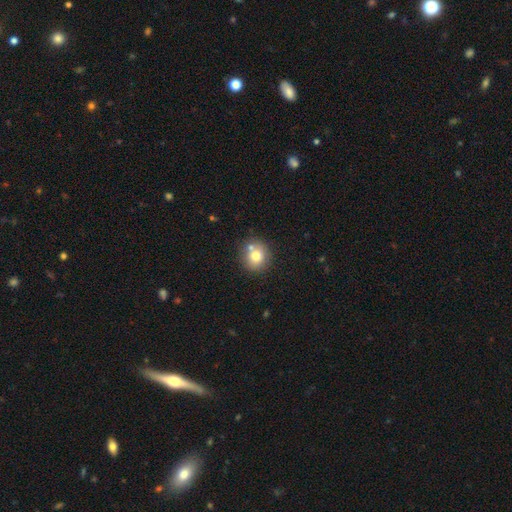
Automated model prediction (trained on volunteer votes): Smooth or featured? smooth (76%)
How rounded? round (84%)
Merging? none (67%)